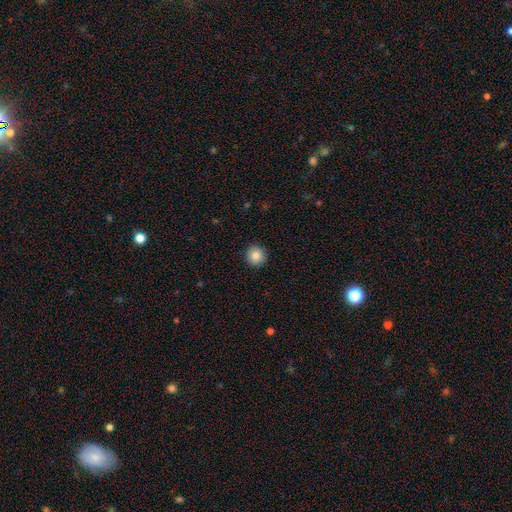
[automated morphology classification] Smooth or featured: smooth — 85% (star or artifact — 9%)
How rounded: round — 94% (in between — 5%)
Merging: none — 92% (minor disturbance — 5%)